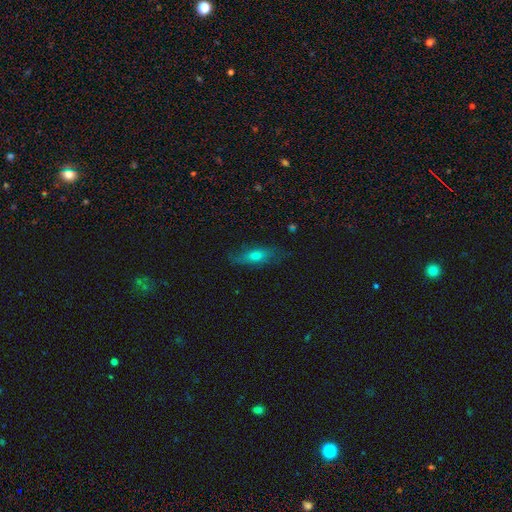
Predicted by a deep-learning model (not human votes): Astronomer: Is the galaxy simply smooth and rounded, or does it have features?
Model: smooth — 54% (runner-up: featured or disk, 36%).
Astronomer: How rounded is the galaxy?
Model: in between — 52% (runner-up: cigar-shaped, 44%).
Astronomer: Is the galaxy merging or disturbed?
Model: none — 72%.